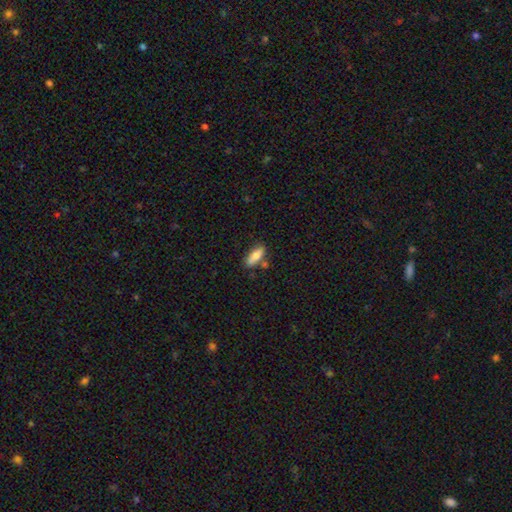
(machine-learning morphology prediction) Smooth or featured: smooth — 78% (featured or disk — 15%)
How rounded: in between — 66% (cigar-shaped — 31%)
Merging: none — 68% (minor disturbance — 16%)